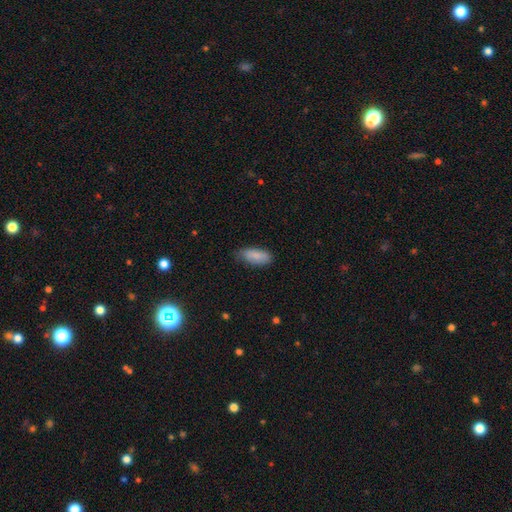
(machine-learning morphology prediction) smooth 85%, featured or disk 9%, star or artifact 6%. Down the decision tree: how rounded — in between (87%); merging — none (68%).